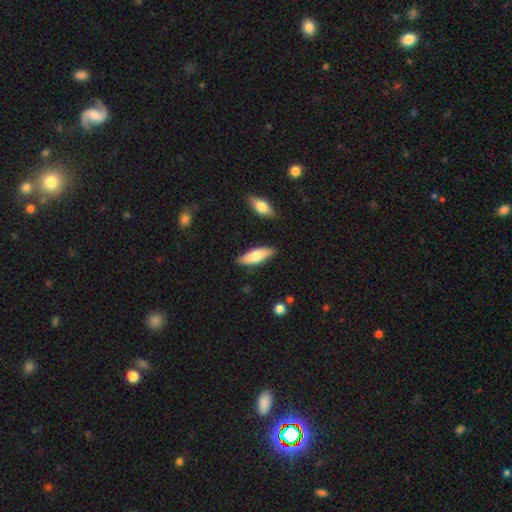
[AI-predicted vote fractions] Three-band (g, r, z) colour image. It shows a smooth galaxy with no disk features (67%) that is in between round and cigar-shaped (60%). Merging: none (84%).